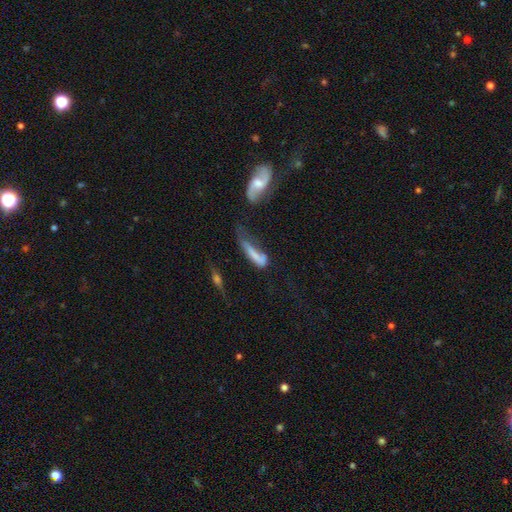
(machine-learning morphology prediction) The model was most divided on "merging": major disturbance: 39%, none: 23%, minor disturbance: 20%, merger: 18%. More confident: how rounded — cigar-shaped (69%); smooth or featured — smooth (59%).